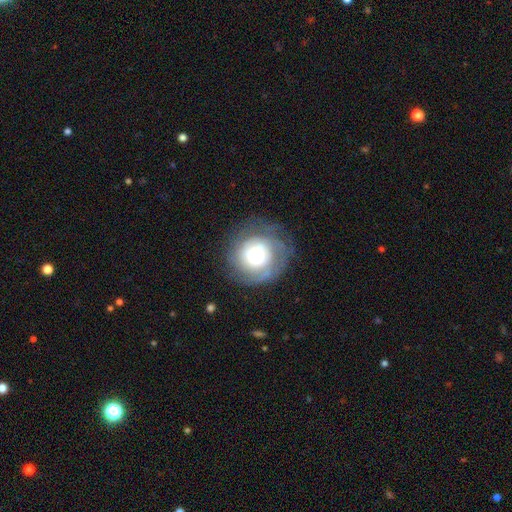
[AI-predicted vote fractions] smooth-or-featured: featured or disk: 59% | smooth: 32% | star or artifact: 9%
  disk-edge-on: no: 97% | yes: 3%
    bar: no: 84% | weak: 13% | strong: 3%
    has-spiral-arms: yes: 78% | no: 22%
    bulge-size: moderate: 50% | large: 38% | dominant: 7% | small: 4% | none: 1%
  merging: none: 68% | minor disturbance: 18% | major disturbance: 13% | merger: 1%